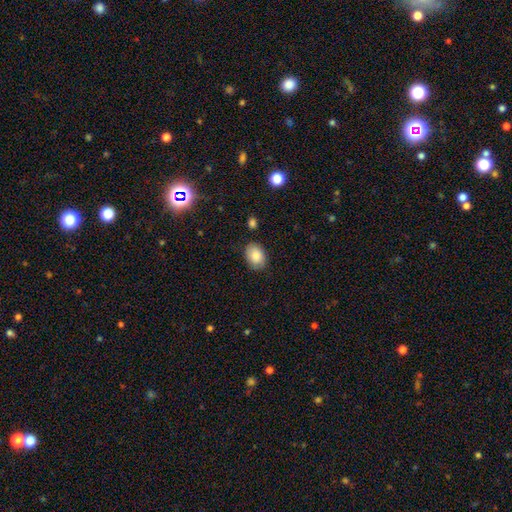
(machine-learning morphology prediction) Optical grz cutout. It shows a smooth galaxy with no disk features (86%) that is in between round and cigar-shaped (77%). Merging: none (80%).